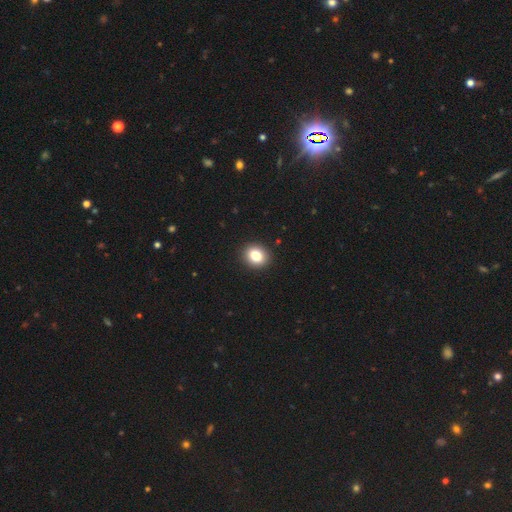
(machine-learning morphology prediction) smooth_or_featured: smooth (p=0.83) [alt: star or artifact p=0.10]
how_rounded: round (p=0.67) [alt: in between p=0.32]
merging: none (p=0.92) [alt: minor disturbance p=0.05]